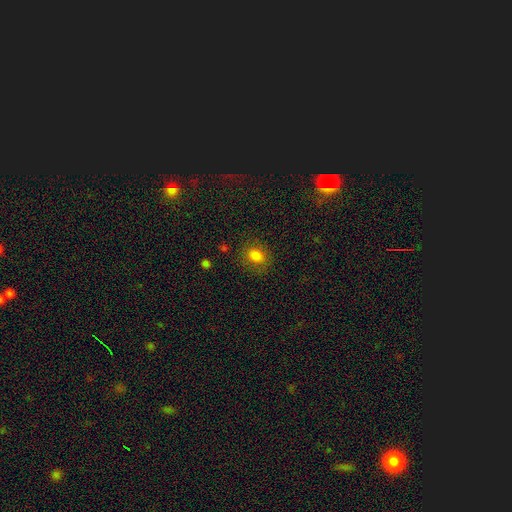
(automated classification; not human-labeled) Smooth or featured?
  - smooth: 81% *
  - star or artifact: 13%
  - featured or disk: 7%
How rounded?
  - round: 51% *
  - in between: 48%
  - cigar-shaped: 1%
Merging?
  - none: 81% *
  - minor disturbance: 13%
  - major disturbance: 5%
  - merger: 2%